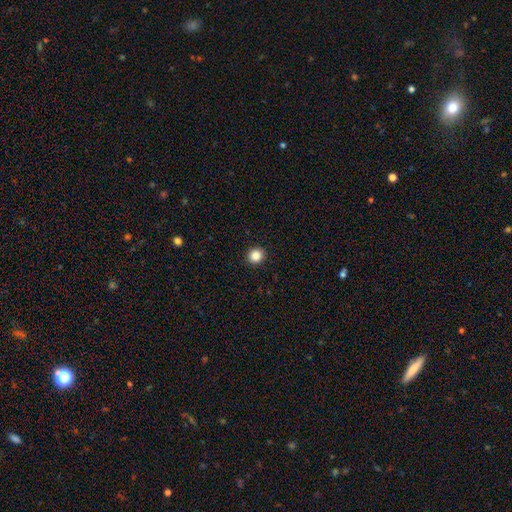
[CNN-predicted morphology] This is clearly a smooth galaxy (86%). How rounded: clearly round (91%). Merging: clearly none (93%).